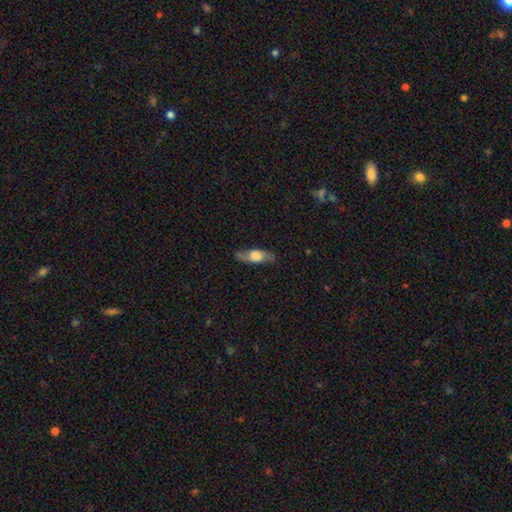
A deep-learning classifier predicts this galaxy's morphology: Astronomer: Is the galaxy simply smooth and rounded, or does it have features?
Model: smooth — 53% (runner-up: featured or disk, 41%).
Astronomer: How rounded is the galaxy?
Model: in between — 60% (runner-up: cigar-shaped, 36%).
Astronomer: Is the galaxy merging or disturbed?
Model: none — 82%.